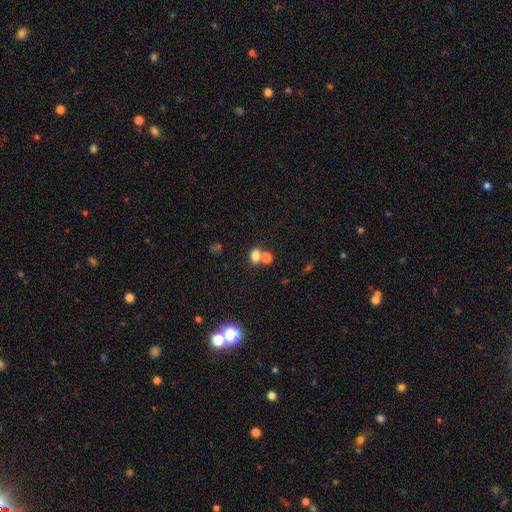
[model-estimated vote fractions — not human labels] Smooth or featured? Predicted: smooth (p=0.76). How rounded? Predicted: in between (p=0.60). Merging? Predicted: none (p=0.44, tied with merger).